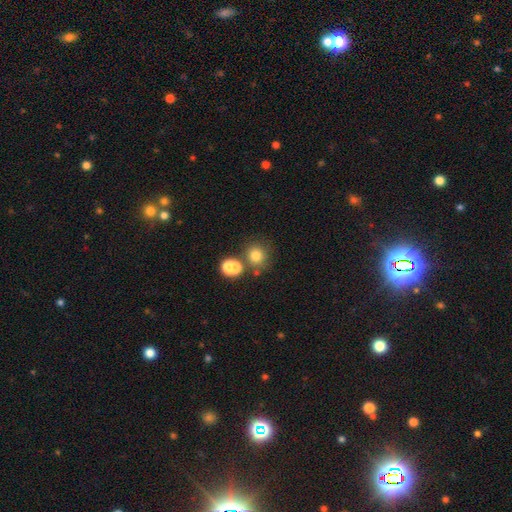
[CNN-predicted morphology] smooth-or-featured: smooth: 76% | star or artifact: 15% | featured or disk: 9%
  how-rounded: round: 84% | in between: 15% | cigar-shaped: 1%
  merging: none: 66% | merger: 21% | minor disturbance: 9% | major disturbance: 4%